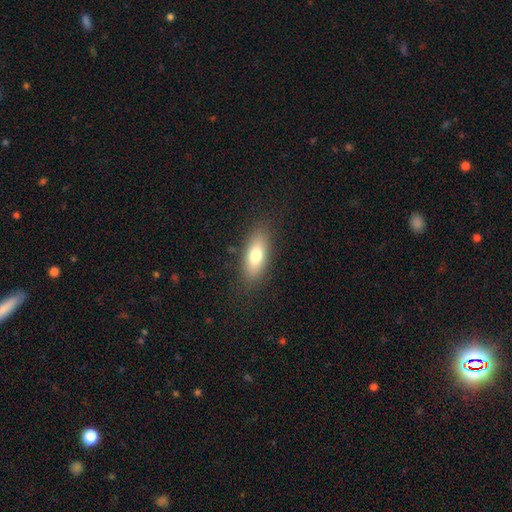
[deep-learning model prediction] A smooth galaxy with no disk features (75%) that is in between round and cigar-shaped (76%).

Vote fractions:
- Smooth or featured? smooth: 75% / featured or disk: 17% / star or artifact: 7%
- How rounded? in between: 76% / cigar-shaped: 21% / round: 3%
- Merging? none: 85% / minor disturbance: 11% / major disturbance: 3% / merger: 1%